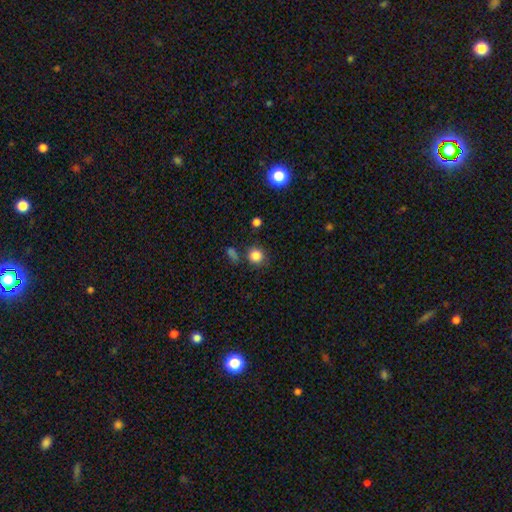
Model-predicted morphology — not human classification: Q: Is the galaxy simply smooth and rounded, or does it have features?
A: smooth — 83%.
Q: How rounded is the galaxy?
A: round — 87%.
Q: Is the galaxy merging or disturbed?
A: none — 78%.